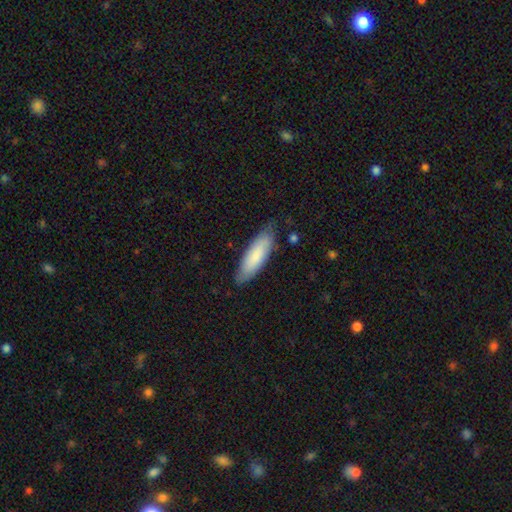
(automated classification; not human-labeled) smooth_or_featured: smooth (p=0.80) [alt: featured or disk p=0.15]
how_rounded: in between (p=0.52) [alt: cigar-shaped p=0.47]
merging: none (p=0.78) [alt: minor disturbance p=0.18]